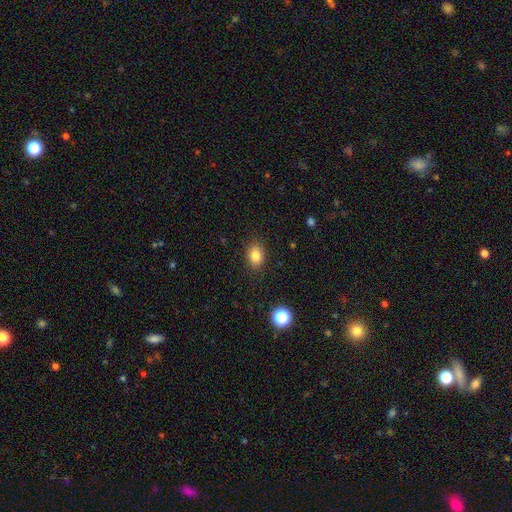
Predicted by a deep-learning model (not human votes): Smooth or featured?
  - smooth: 83% *
  - star or artifact: 10%
  - featured or disk: 6%
How rounded?
  - in between: 66% *
  - round: 32%
  - cigar-shaped: 1%
Merging?
  - none: 86% *
  - minor disturbance: 10%
  - major disturbance: 3%
  - merger: 1%